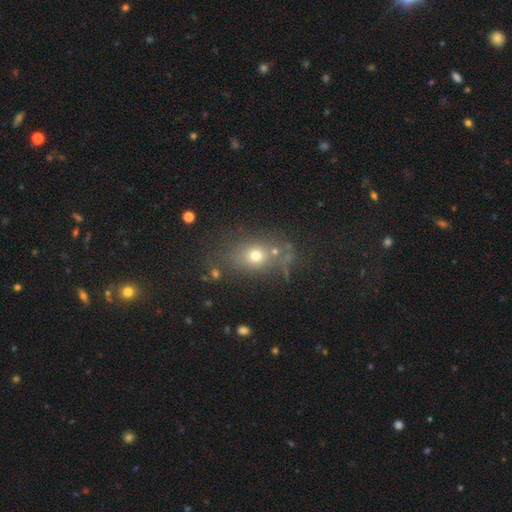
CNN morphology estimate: A smooth galaxy with no disk features (67%) that is in between round and cigar-shaped (54%).

Vote fractions:
- Smooth or featured? smooth: 67% / star or artifact: 18% / featured or disk: 15%
- How rounded? in between: 54% / round: 44% / cigar-shaped: 2%
- Merging? none: 72% / minor disturbance: 14% / merger: 7% / major disturbance: 7%